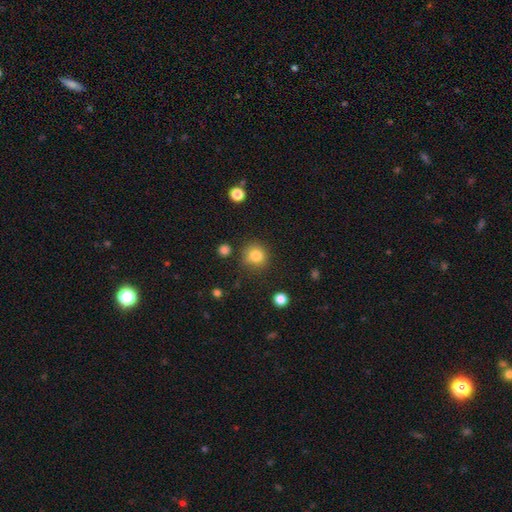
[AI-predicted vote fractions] This is clearly a smooth galaxy (83%). How rounded: clearly round (90%). Merging: clearly none (81%).